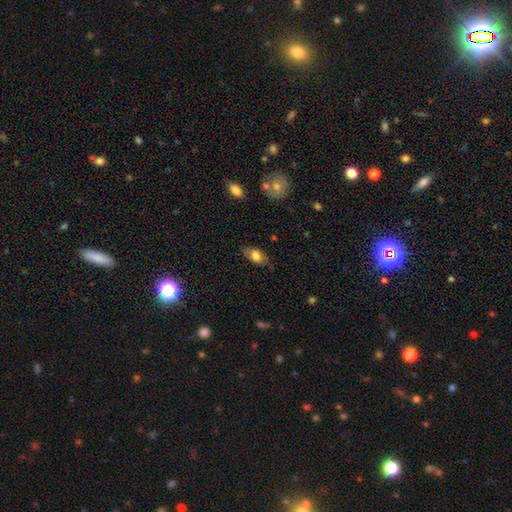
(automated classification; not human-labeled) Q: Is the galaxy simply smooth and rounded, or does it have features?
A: smooth — 72%.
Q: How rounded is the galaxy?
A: in between — 88%.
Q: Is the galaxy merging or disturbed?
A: none — 76%.